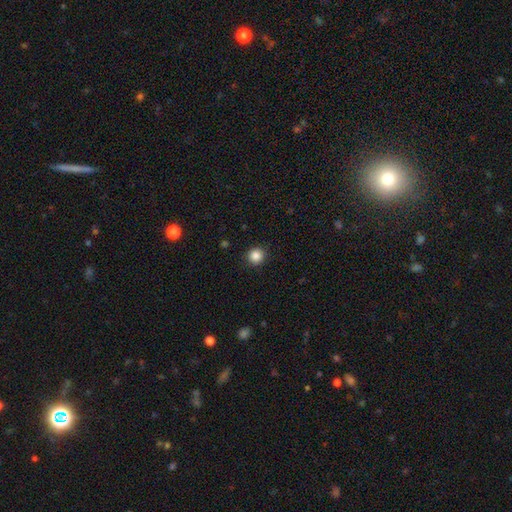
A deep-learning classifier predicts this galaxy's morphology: A smooth galaxy with no disk features (86%) that is round (92%).

Vote fractions:
- Smooth or featured? smooth: 86% / star or artifact: 11% / featured or disk: 3%
- How rounded? round: 92% / in between: 7% / cigar-shaped: 1%
- Merging? none: 91% / minor disturbance: 6% / major disturbance: 2% / merger: 1%